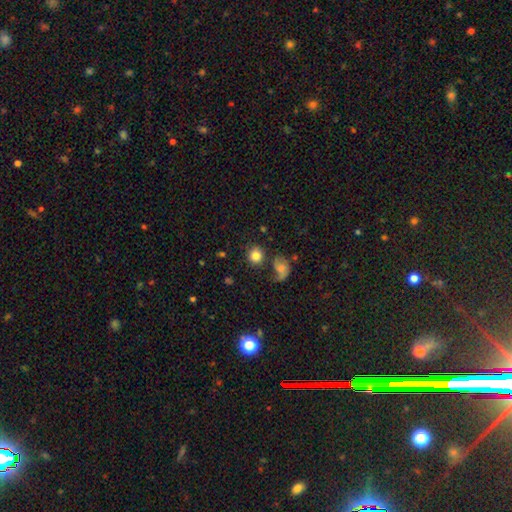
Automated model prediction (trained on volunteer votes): Smooth or featured? smooth (81%)
How rounded? round (85%)
Merging? none (69%)